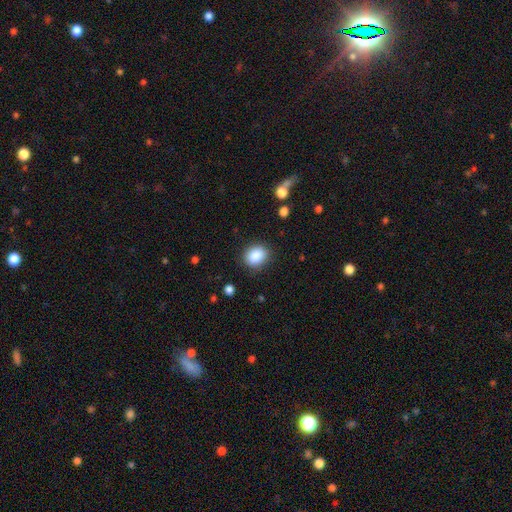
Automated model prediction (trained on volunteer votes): Smooth or featured?
  - smooth: 88% *
  - star or artifact: 8%
  - featured or disk: 4%
How rounded?
  - round: 56% *
  - in between: 43%
  - cigar-shaped: 1%
Merging?
  - none: 86% *
  - minor disturbance: 10%
  - major disturbance: 3%
  - merger: 1%